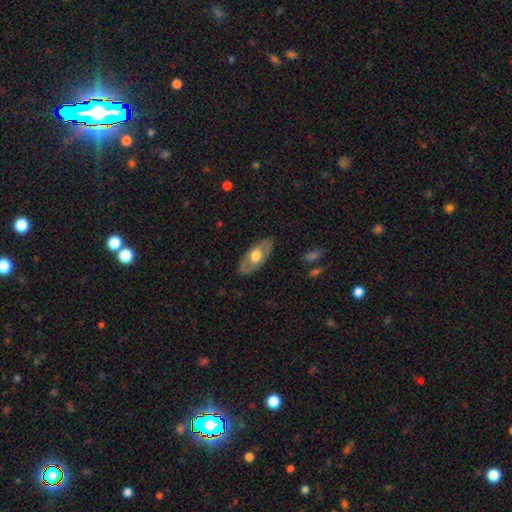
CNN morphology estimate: Smooth or featured: smooth — 51% (featured or disk — 44%)
How rounded: in between — 87% (cigar-shaped — 8%)
Merging: none — 83% (minor disturbance — 12%)